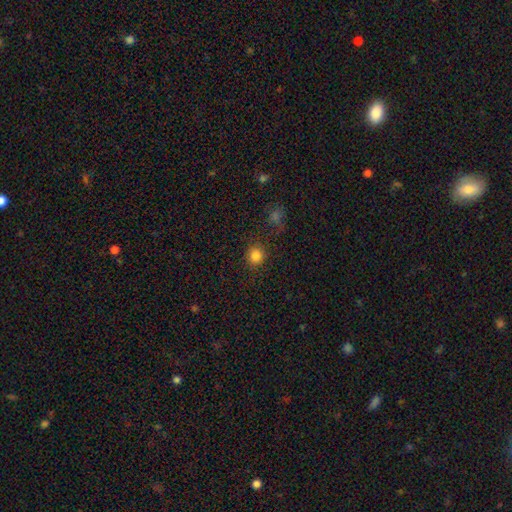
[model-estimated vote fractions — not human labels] Smooth or featured? smooth (84%)
How rounded? round (88%)
Merging? none (85%)